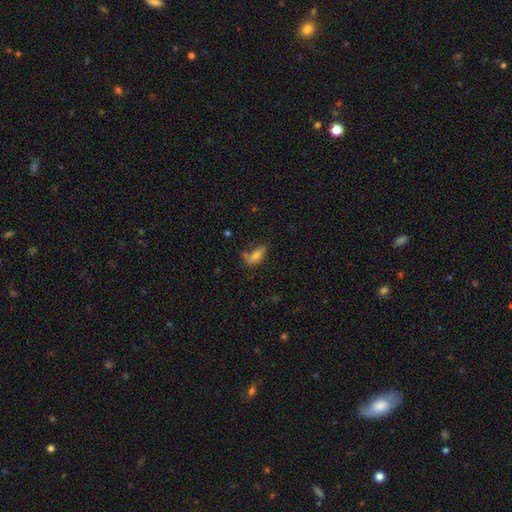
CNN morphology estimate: Smooth or featured: smooth — 72% (featured or disk — 17%)
How rounded: in between — 69% (cigar-shaped — 27%)
Merging: none — 52% (minor disturbance — 26%)